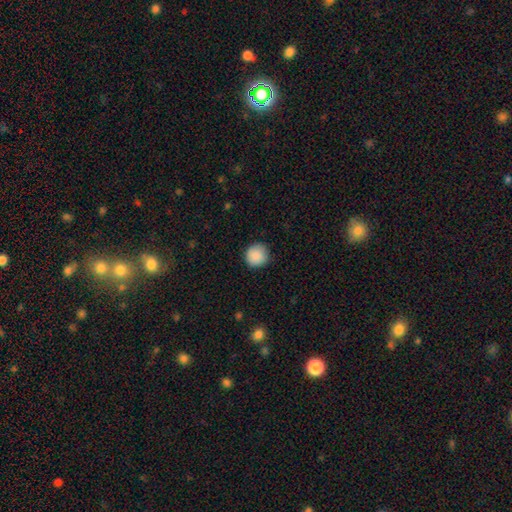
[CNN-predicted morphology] Overall: smooth (89%). How rounded: round (94%). Merging: none (88%).